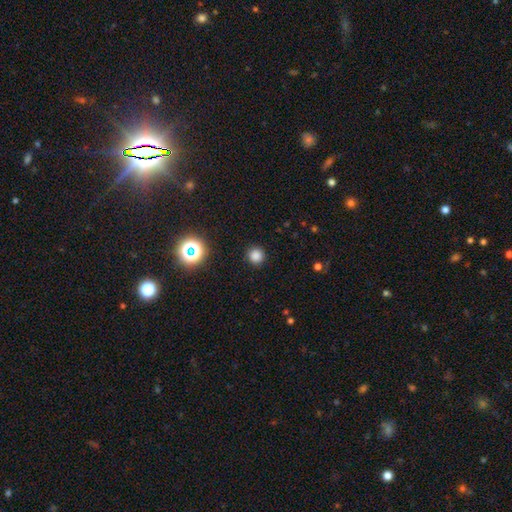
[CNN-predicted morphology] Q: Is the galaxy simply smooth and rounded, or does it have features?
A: smooth — 80%.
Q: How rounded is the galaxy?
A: round — 94%.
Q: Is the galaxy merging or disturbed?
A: none — 91%.